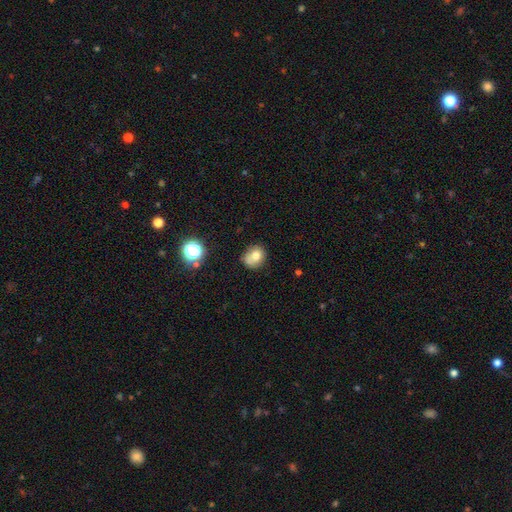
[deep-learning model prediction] Overall: smooth (73%). How rounded: round (61%; in between 38%). Merging: none (55%; minor disturbance 24%).